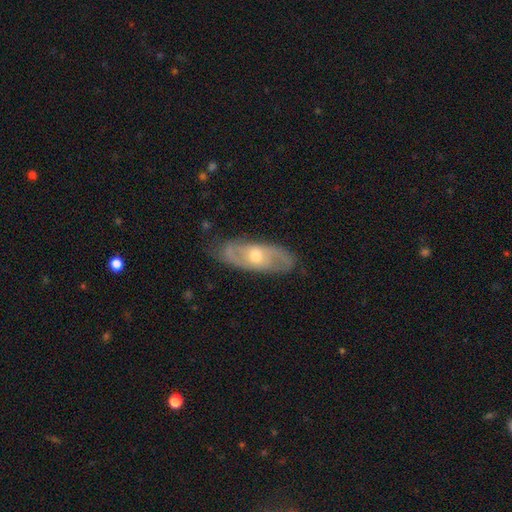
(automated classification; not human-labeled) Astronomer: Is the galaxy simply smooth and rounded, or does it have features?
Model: featured or disk — 65%.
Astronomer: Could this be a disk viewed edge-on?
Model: no — 81%.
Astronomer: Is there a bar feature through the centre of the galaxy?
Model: no — 72%.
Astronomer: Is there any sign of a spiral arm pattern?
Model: yes — 69%.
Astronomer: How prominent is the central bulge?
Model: moderate — 69%.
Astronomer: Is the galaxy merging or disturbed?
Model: none — 76%.